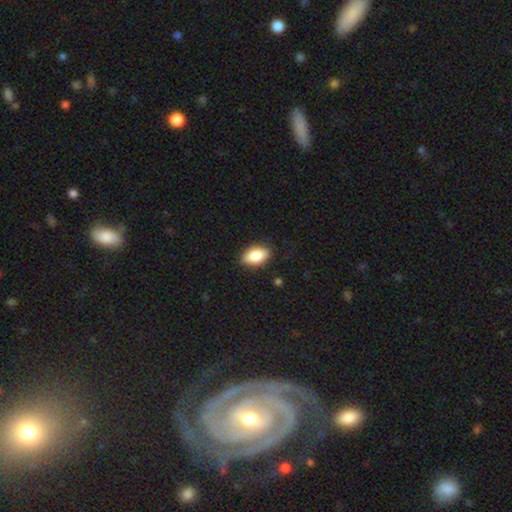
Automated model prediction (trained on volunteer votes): Smooth or featured: smooth — 84% (featured or disk — 9%)
How rounded: in between — 90% (round — 5%)
Merging: none — 84% (minor disturbance — 12%)